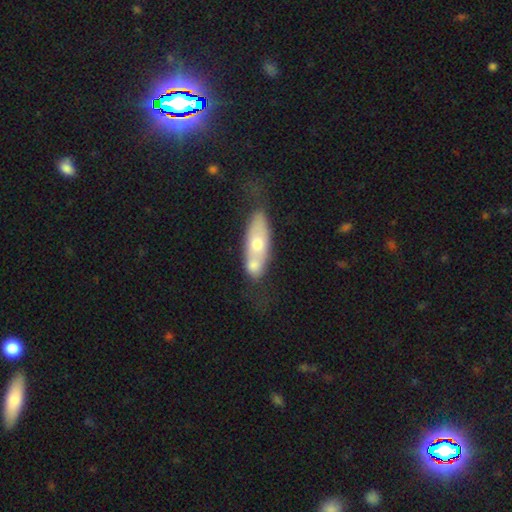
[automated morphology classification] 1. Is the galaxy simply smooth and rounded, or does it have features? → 48% smooth, 45% featured or disk, 6% star or artifact.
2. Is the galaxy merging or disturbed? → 40% none, 34% merger, 17% minor disturbance, 8% major disturbance.